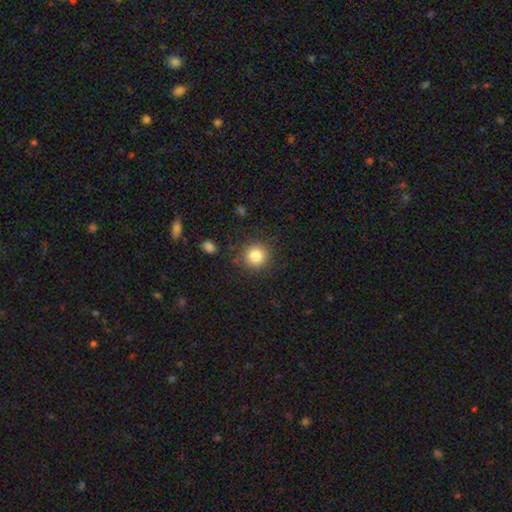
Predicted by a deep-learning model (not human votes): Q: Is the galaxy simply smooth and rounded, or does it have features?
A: smooth — 84%.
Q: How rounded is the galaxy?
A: round — 92%.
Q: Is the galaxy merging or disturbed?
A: none — 86%.